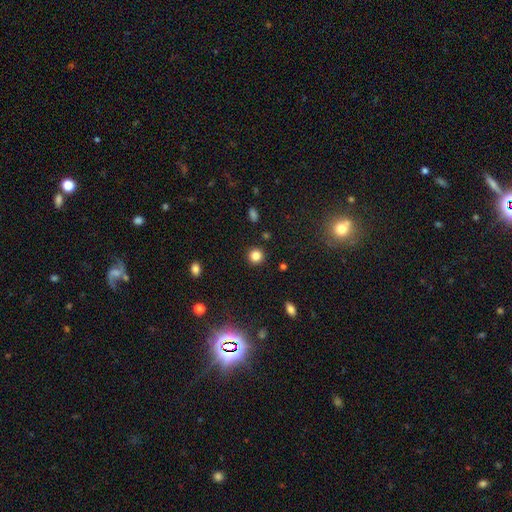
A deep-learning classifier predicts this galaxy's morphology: Q: Smooth or featured?
A: smooth (83%); runner-up: star or artifact (12%)
Q: How rounded?
A: round (93%); runner-up: in between (6%)
Q: Merging?
A: none (91%); runner-up: minor disturbance (5%)